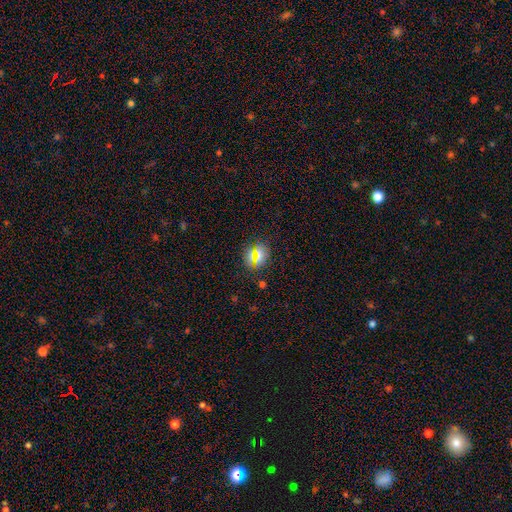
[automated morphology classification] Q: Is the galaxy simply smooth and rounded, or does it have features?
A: smooth — 63%.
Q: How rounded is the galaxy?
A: round — 72%.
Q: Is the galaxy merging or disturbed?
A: none — 83%.